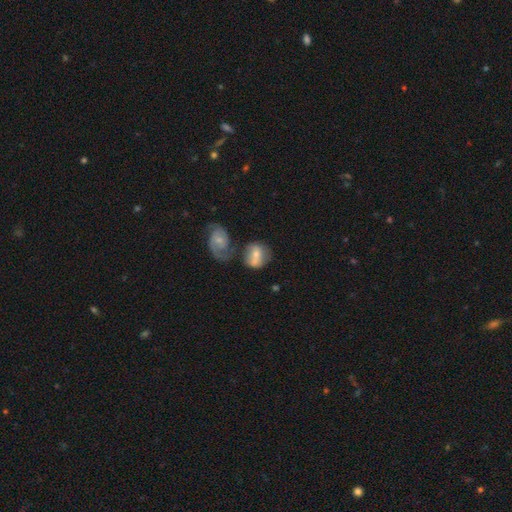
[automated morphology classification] smooth_or_featured: smooth (p=0.56) [alt: featured or disk p=0.36]
how_rounded: round (p=0.56) [alt: in between p=0.43]
merging: merger (p=0.39) [alt: none p=0.36]